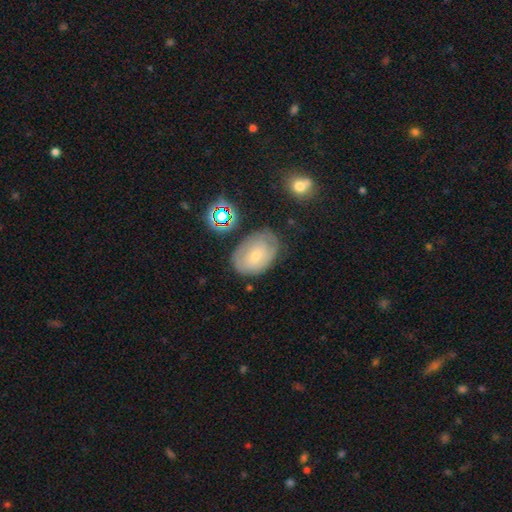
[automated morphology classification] Smooth or featured? smooth (47%)
Merging? none (66%)